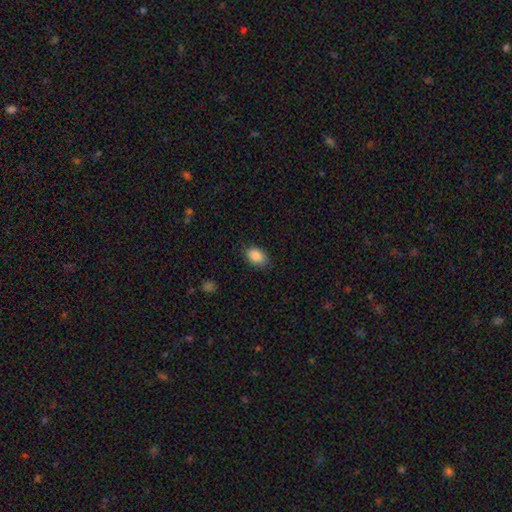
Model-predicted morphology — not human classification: smooth-or-featured: smooth: 88% | star or artifact: 8% | featured or disk: 5%
  how-rounded: in between: 86% | round: 13% | cigar-shaped: 1%
  merging: none: 83% | minor disturbance: 13% | major disturbance: 3% | merger: 1%